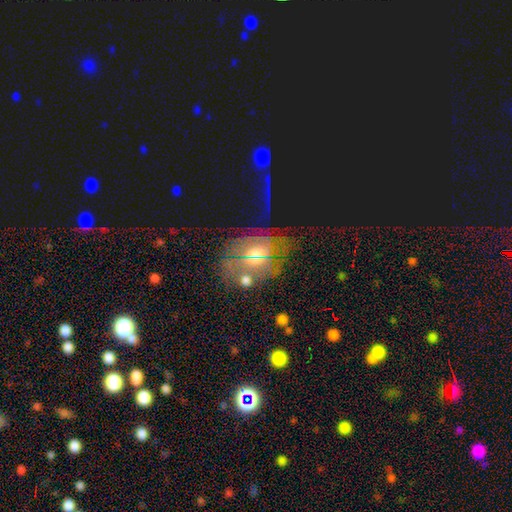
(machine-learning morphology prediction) A featured or disk galaxy (45%).

Vote fractions:
- Smooth or featured? featured or disk: 45% / smooth: 29% / star or artifact: 26%
- Merging? none: 54% / major disturbance: 18% / minor disturbance: 17% / merger: 12%